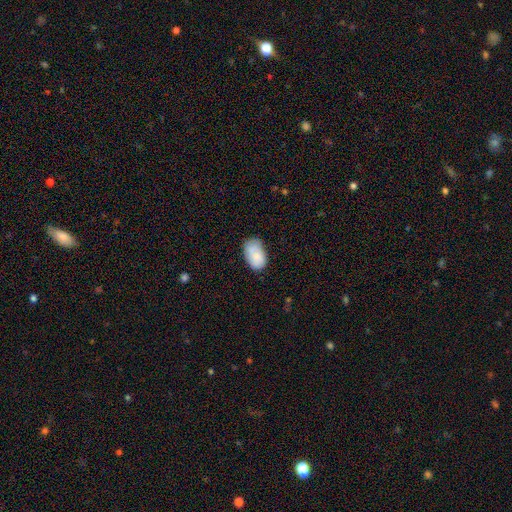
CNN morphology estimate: The model was most divided on "merging": none: 64%, minor disturbance: 28%, major disturbance: 6%, merger: 2%. More confident: how rounded — in between (93%); smooth or featured — smooth (82%).